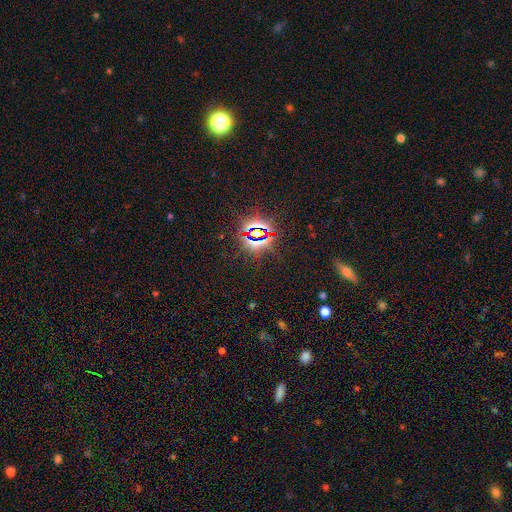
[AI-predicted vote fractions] Smooth or featured? star or artifact (80%)